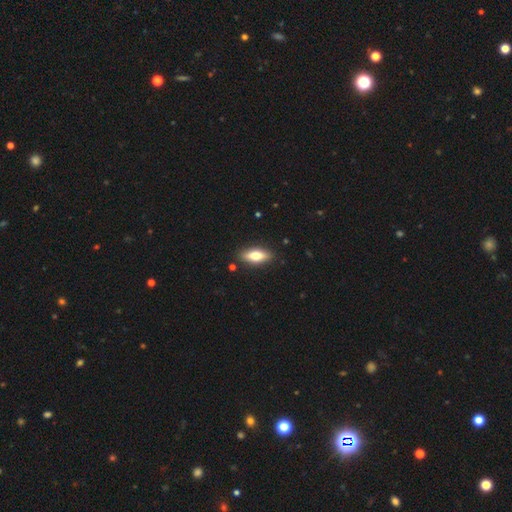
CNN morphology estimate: type=smooth (64%); roundness=in between (70%); merging=none (87%).